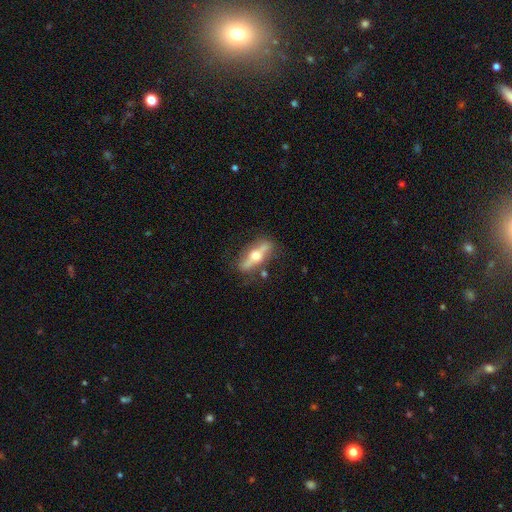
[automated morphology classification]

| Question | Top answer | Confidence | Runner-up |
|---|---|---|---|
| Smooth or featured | featured or disk | 65% | smooth (29%) |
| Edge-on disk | yes | 85% | no (15%) |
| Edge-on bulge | rounded | 95% | boxy (3%) |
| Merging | none | 80% | minor disturbance (13%) |